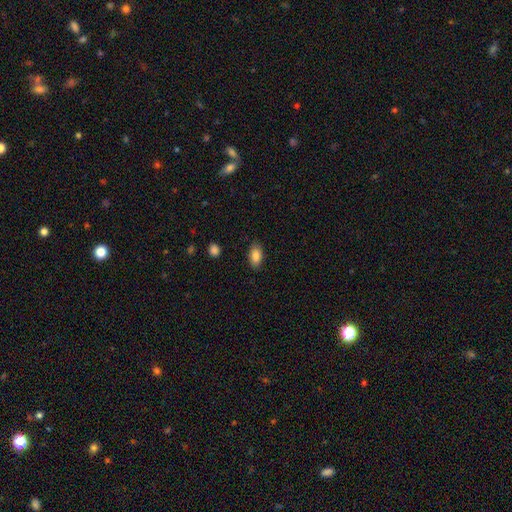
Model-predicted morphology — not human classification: smooth 85%, star or artifact 8%, featured or disk 7%. Down the decision tree: how rounded — in between (91%); merging — none (86%).